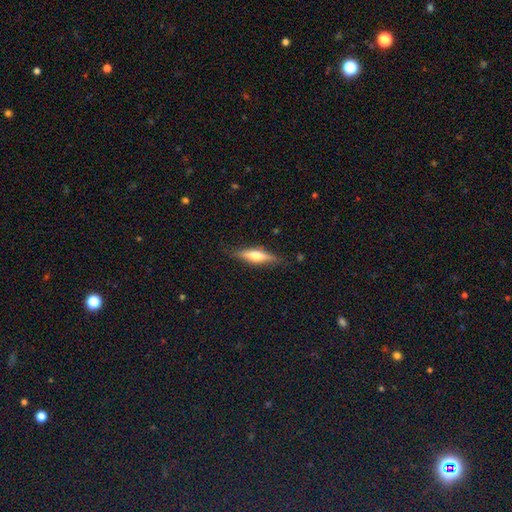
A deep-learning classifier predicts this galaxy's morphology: Smooth or featured?
  - featured or disk: 50% *
  - smooth: 44%
  - star or artifact: 6%
Merging?
  - none: 83% *
  - minor disturbance: 13%
  - major disturbance: 3%
  - merger: 1%